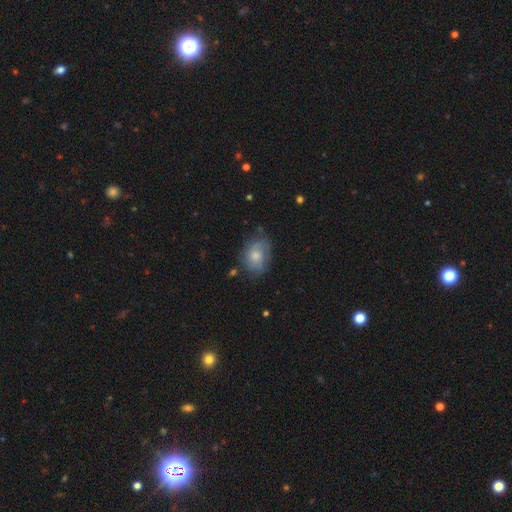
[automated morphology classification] smooth 53%, featured or disk 40%, star or artifact 8%. Down the decision tree: how rounded — in between (67%); merging — none (59%).